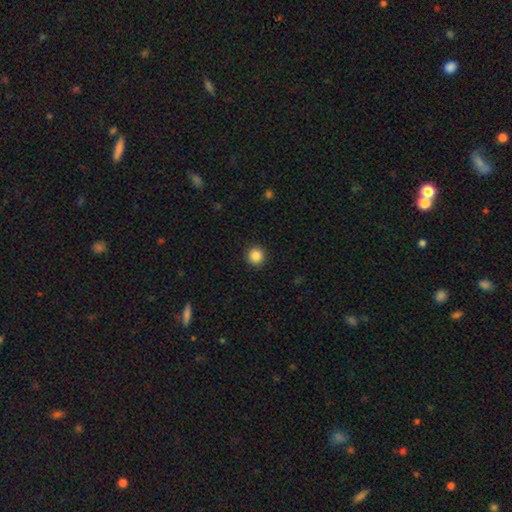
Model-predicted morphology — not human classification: This appears to be a smooth galaxy with no disk features (86%) that is round (95%). Merging: none (92%).